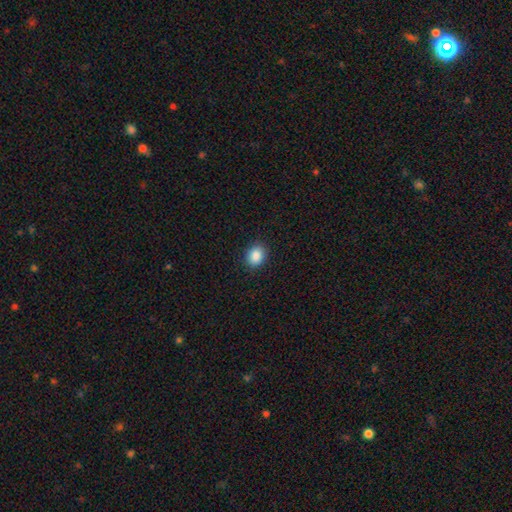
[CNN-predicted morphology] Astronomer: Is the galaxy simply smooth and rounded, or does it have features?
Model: smooth — 88%.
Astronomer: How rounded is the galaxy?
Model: in between — 50% (runner-up: round, 49%).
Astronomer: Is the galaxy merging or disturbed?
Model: none — 89%.